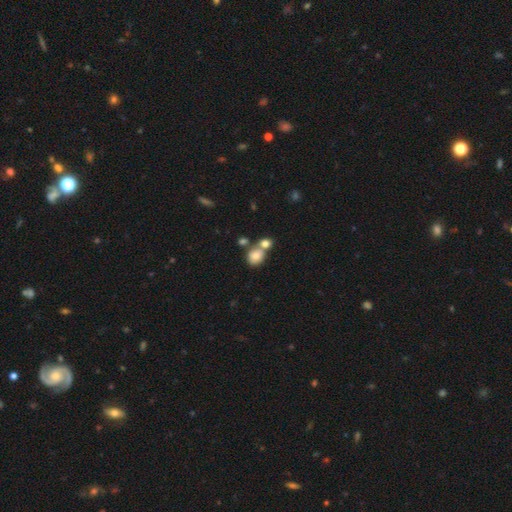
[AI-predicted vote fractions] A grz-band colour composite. It shows a smooth galaxy with no disk features (79%) that is round (62%). Merging: none (44%).